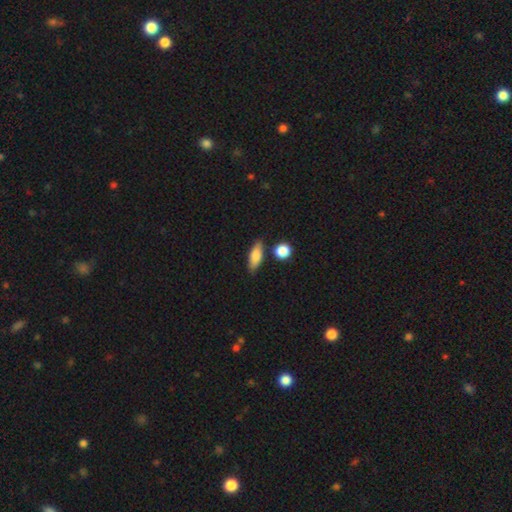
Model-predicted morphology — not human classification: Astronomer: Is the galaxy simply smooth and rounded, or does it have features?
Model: smooth — 78%.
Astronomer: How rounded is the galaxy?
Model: in between — 67%.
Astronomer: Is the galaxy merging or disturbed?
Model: none — 77%.